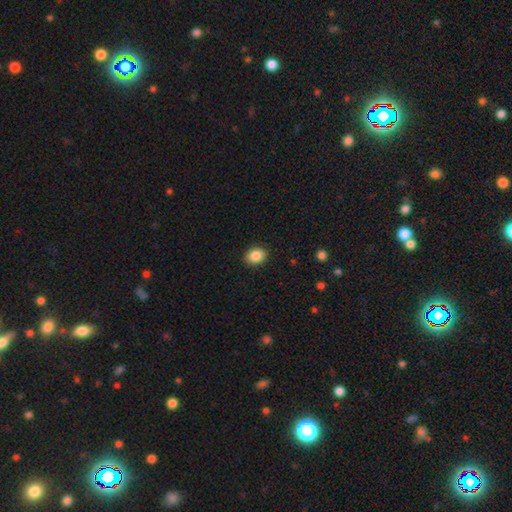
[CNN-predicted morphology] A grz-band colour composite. It shows a smooth galaxy with no disk features (87%) that is in between round and cigar-shaped (62%). Merging: none (90%).